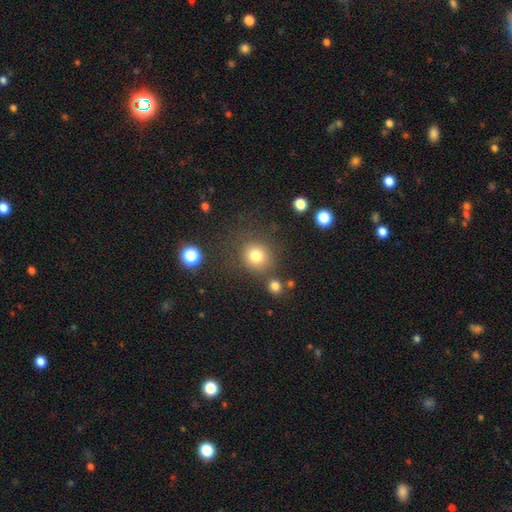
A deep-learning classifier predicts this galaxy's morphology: A smooth galaxy with no disk features (80%) that is round (85%).

Vote fractions:
- Smooth or featured? smooth: 80% / star or artifact: 13% / featured or disk: 7%
- How rounded? round: 85% / in between: 14% / cigar-shaped: 1%
- Merging? none: 76% / minor disturbance: 11% / merger: 7% / major disturbance: 6%